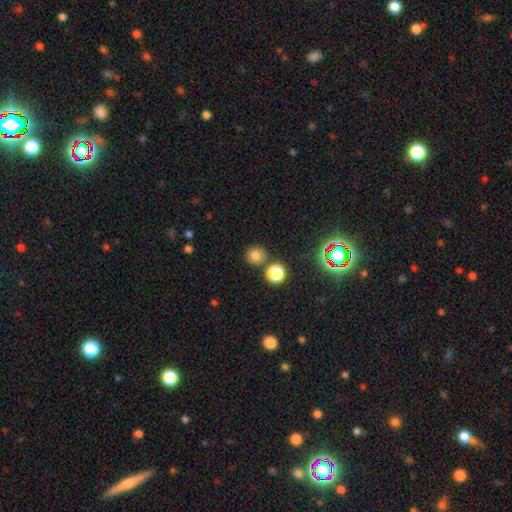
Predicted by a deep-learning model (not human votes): Smooth or featured? Predicted: smooth (p=0.76). How rounded? Predicted: round (p=0.89). Merging? Predicted: none (p=0.81).